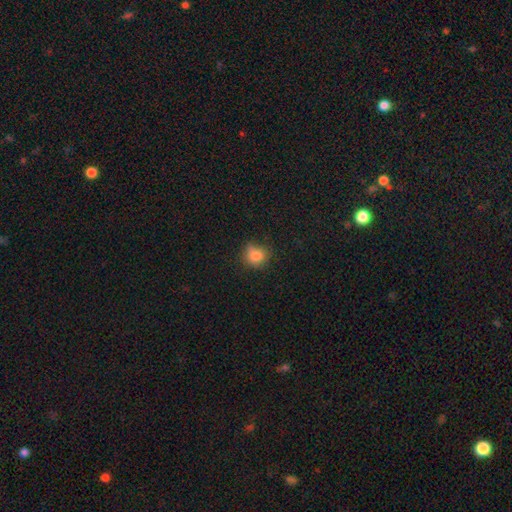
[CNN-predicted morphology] type=smooth (81%); roundness=round (75%); merging=none (64%).